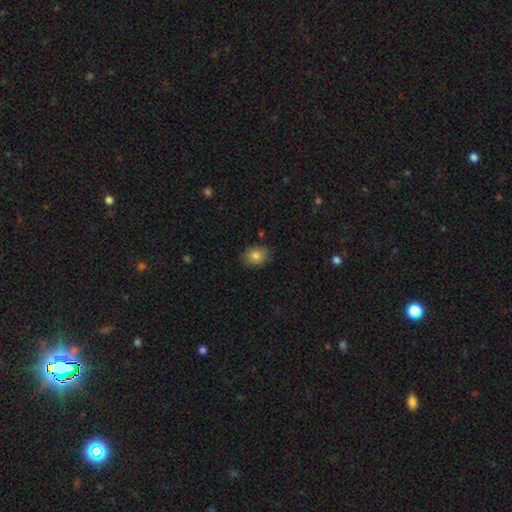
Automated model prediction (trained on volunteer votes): Smooth or featured?
  - smooth: 83% *
  - star or artifact: 9%
  - featured or disk: 9%
How rounded?
  - in between: 57% *
  - round: 42%
  - cigar-shaped: 1%
Merging?
  - none: 85% *
  - minor disturbance: 12%
  - major disturbance: 2%
  - merger: 1%